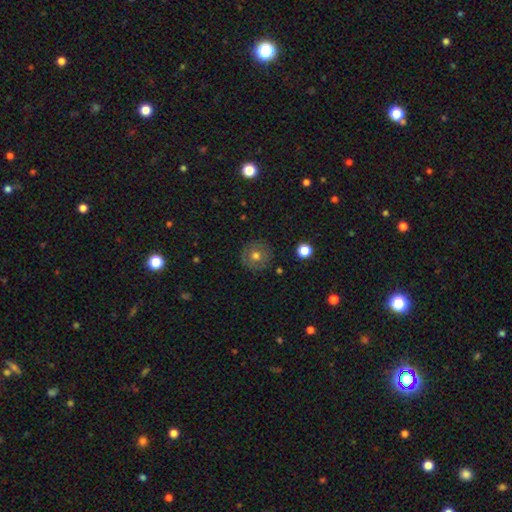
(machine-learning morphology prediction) Smooth or featured? smooth (65%)
How rounded? round (94%)
Merging? none (87%)